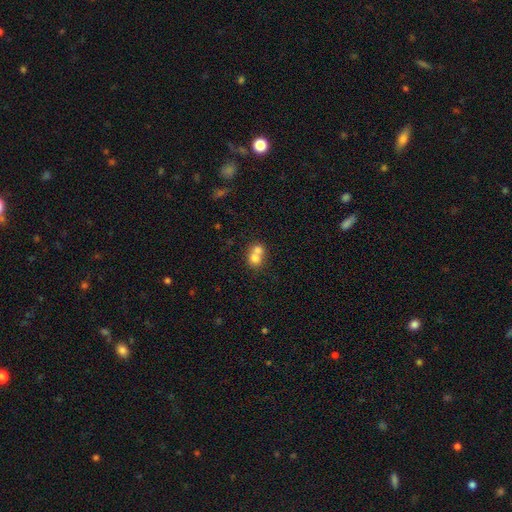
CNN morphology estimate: Smooth or featured? Predicted: smooth (p=0.72). How rounded? Predicted: round (p=0.73). Merging? Predicted: merger (p=0.67).